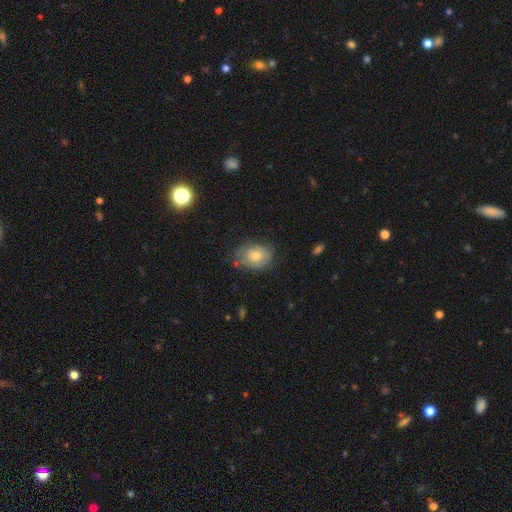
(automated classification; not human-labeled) Smooth or featured: smooth — 73% (featured or disk — 16%)
How rounded: in between — 58% (round — 41%)
Merging: none — 68% (minor disturbance — 25%)